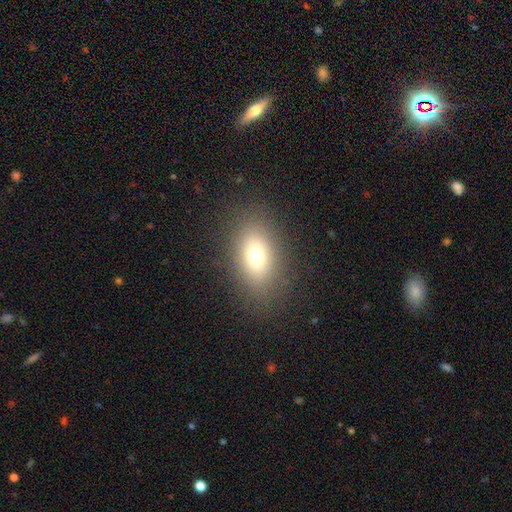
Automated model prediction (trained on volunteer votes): Q: Smooth or featured?
A: smooth (71%); runner-up: featured or disk (16%)
Q: How rounded?
A: in between (83%); runner-up: round (12%)
Q: Merging?
A: none (86%); runner-up: minor disturbance (9%)